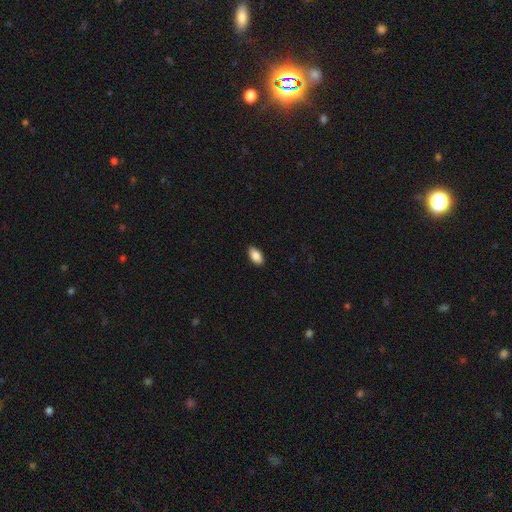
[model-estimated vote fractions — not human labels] This appears to be a smooth galaxy with no disk features (88%) that is in between round and cigar-shaped (93%). Merging: none (88%).